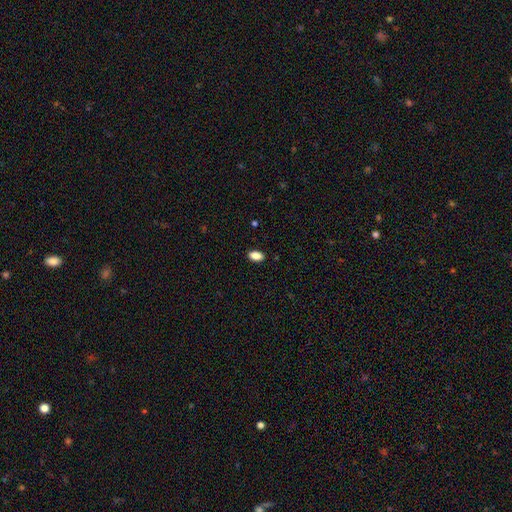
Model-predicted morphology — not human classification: smooth-or-featured: smooth: 87% | star or artifact: 8% | featured or disk: 4%
  how-rounded: in between: 91% | round: 5% | cigar-shaped: 4%
  merging: none: 89% | minor disturbance: 8% | major disturbance: 2% | merger: 1%